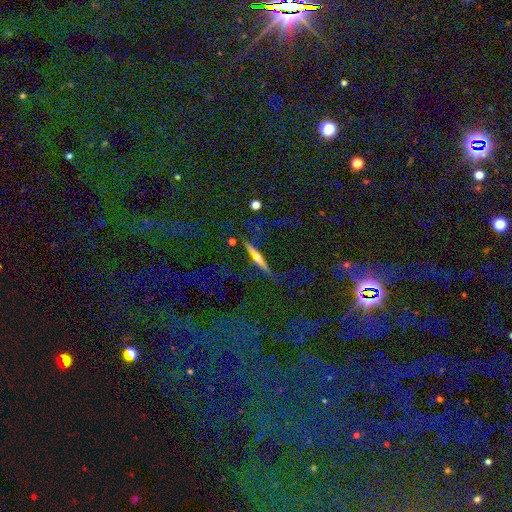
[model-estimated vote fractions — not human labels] A featured or disk galaxy (72%) viewed edge-on (97%) with a rounded central bulge (86%).

Vote fractions:
- Smooth or featured? featured or disk: 72% / smooth: 17% / star or artifact: 11%
- Edge-on disk? yes: 97% / no: 3%
- Edge-on bulge? rounded: 86% / none: 9% / boxy: 5%
- Merging? none: 85% / minor disturbance: 9% / major disturbance: 3% / merger: 3%